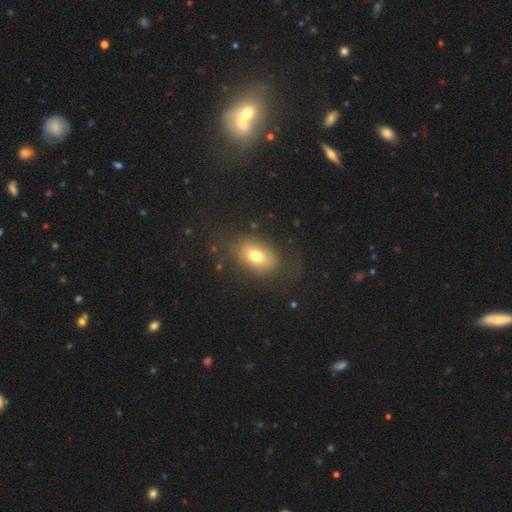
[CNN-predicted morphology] This is likely a smooth galaxy (72%). How rounded: clearly in between (81%). Merging: likely none (69%).